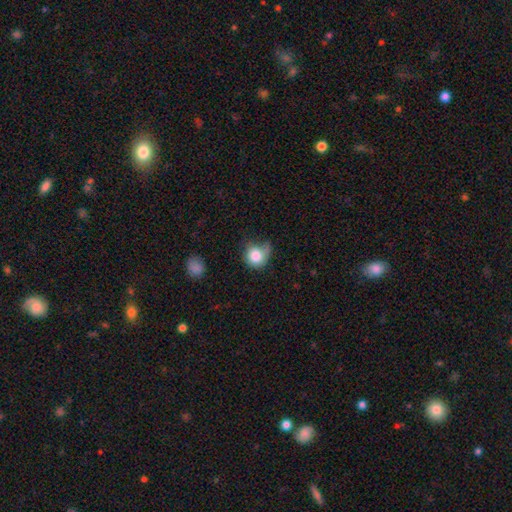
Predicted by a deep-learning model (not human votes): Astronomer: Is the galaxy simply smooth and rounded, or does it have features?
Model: smooth — 82%.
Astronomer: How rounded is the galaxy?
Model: round — 80%.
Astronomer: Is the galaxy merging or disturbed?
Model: none — 39% (runner-up: minor disturbance, 37%).